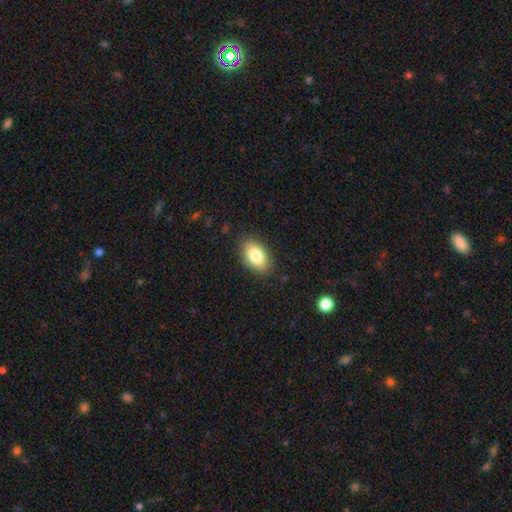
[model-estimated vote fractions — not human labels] The model was most divided on "smooth or featured": smooth: 81%, featured or disk: 11%, star or artifact: 8%. More confident: how rounded — in between (90%); merging — none (85%).